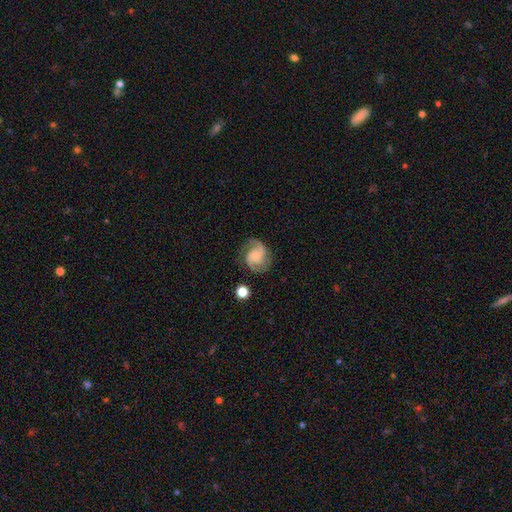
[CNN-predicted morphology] Smooth or featured? featured or disk (86%)
Edge-on disk? no (98%)
Bar? no (57%)
Spiral arms? yes (98%)
Spiral winding? medium (55%)
Spiral arm count? 2 (88%)
Bulge size? small (51%)
Merging? none (78%)